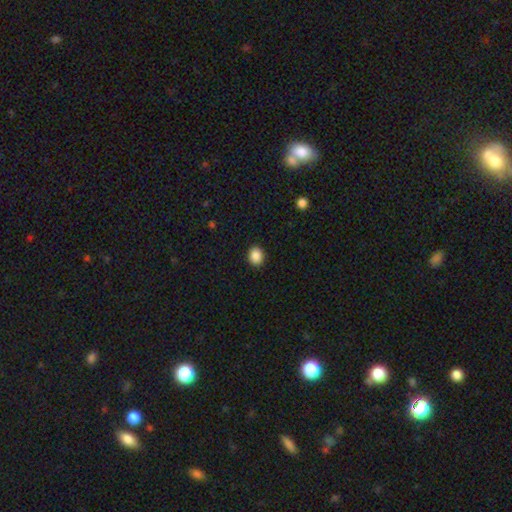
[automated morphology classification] smooth 89%, star or artifact 9%, featured or disk 3%. Down the decision tree: how rounded — round (63%); merging — none (91%).